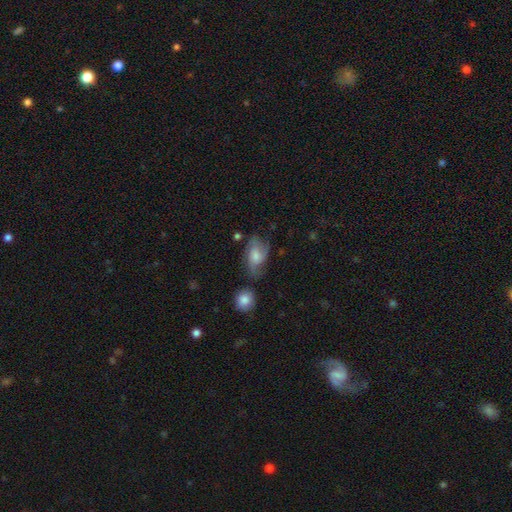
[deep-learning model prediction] smooth-or-featured: smooth: 52% | featured or disk: 40% | star or artifact: 8%
  how-rounded: in between: 86% | round: 11% | cigar-shaped: 3%
  merging: none: 39% | minor disturbance: 31% | major disturbance: 22% | merger: 9%